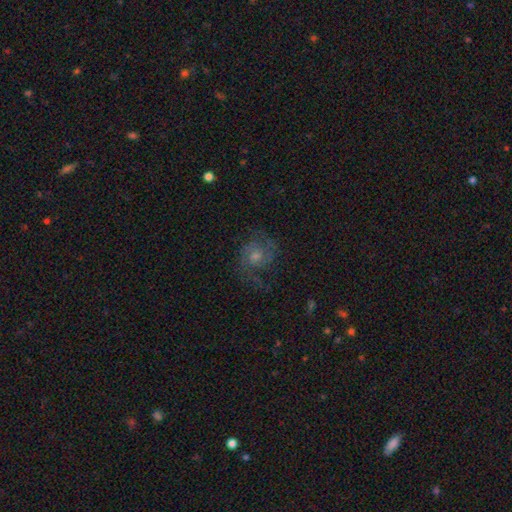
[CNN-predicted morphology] A featured or disk galaxy (74%) with no bar (71%), 2 (70%) medium (50%) spiral arms (94%) and a moderate central bulge (47%).

Vote fractions:
- Smooth or featured? featured or disk: 74% / smooth: 15% / star or artifact: 12%
- Edge-on disk? no: 98% / yes: 2%
- Bar? no: 71% / weak: 25% / strong: 4%
- Spiral arms? yes: 94% / no: 6%
- Spiral winding? medium: 50% / tight: 31% / loose: 19%
- Spiral arm count? 2: 70% / can't tell: 12% / 3: 8% / 1: 4% / 4: 3% / more than 4: 3%
- Bulge size? moderate: 47% / small: 43% / large: 5% / none: 4% / dominant: 1%
- Merging? none: 71% / minor disturbance: 16% / major disturbance: 12% / merger: 1%